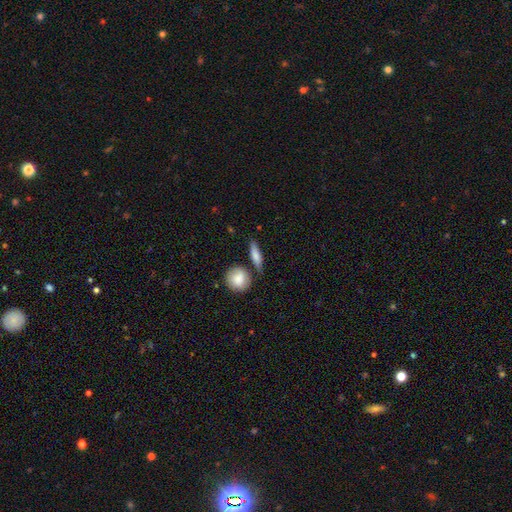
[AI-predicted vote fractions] Q: Smooth or featured?
A: smooth (73%); runner-up: featured or disk (20%)
Q: How rounded?
A: cigar-shaped (47%); runner-up: in between (41%)
Q: Merging?
A: none (69%); runner-up: minor disturbance (17%)